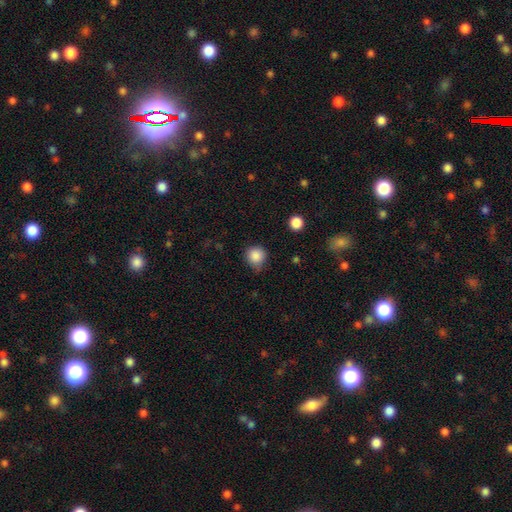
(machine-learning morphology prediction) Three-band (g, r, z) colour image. It shows a smooth galaxy with no disk features (86%) that is round (90%). Merging: none (69%).